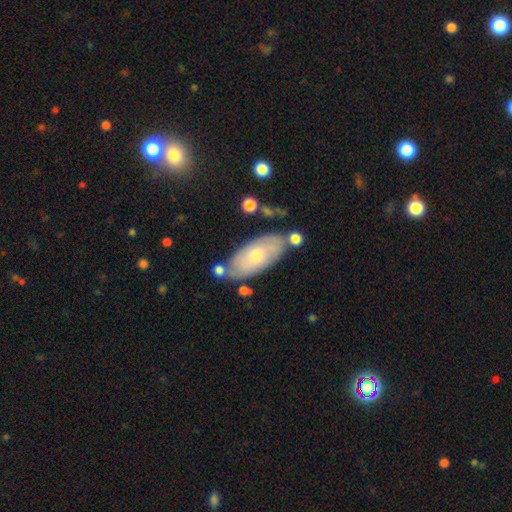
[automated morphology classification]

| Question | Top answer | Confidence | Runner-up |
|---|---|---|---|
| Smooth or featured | smooth | 53% | featured or disk (42%) |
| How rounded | in between | 86% | cigar-shaped (12%) |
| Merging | none | 68% | minor disturbance (19%) |